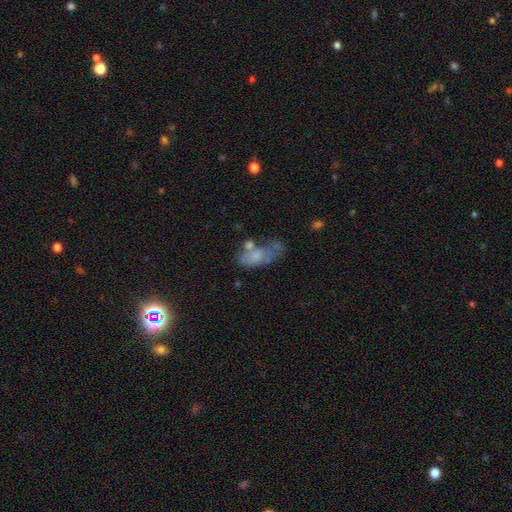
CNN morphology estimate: Smooth or featured? Predicted: smooth (p=0.55). How rounded? Predicted: in between (p=0.86). Merging? Predicted: none (p=0.29).